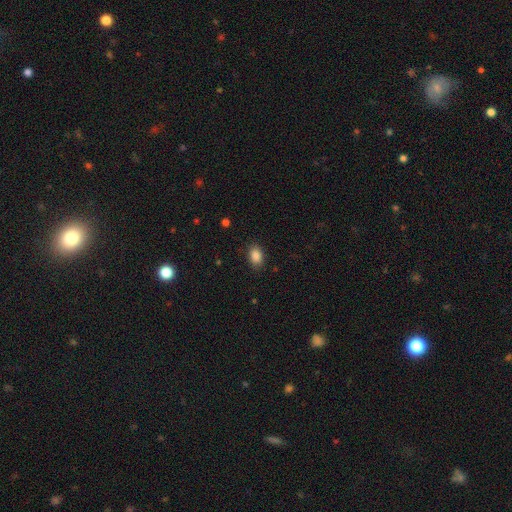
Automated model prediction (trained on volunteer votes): This appears to be a smooth galaxy with no disk features (87%) that is in between round and cigar-shaped (83%). Merging: none (86%).